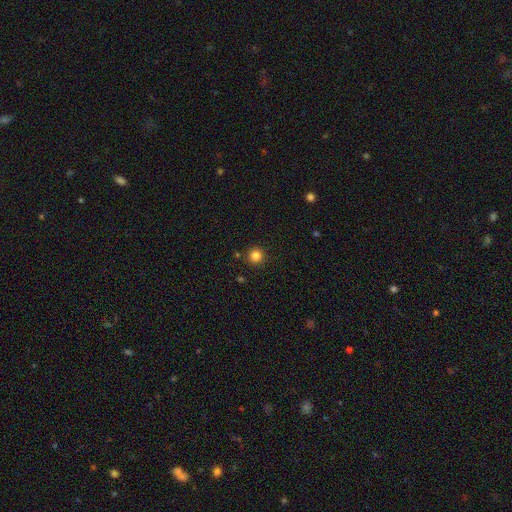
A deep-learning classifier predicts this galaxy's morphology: type=smooth (83%); roundness=round (96%); merging=none (91%).